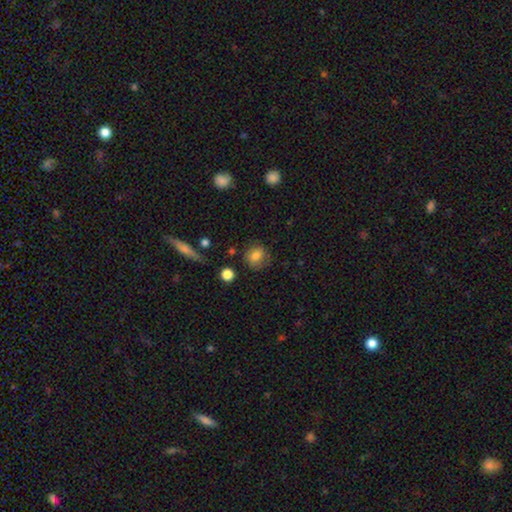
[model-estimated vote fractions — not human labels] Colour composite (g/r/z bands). It shows a smooth galaxy with no disk features (80%) that is round (75%). Merging: none (75%).